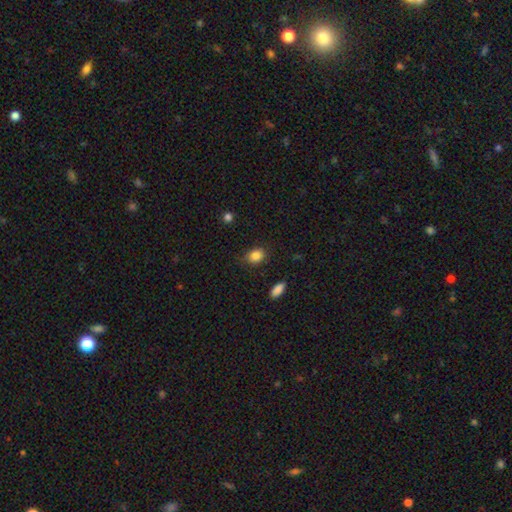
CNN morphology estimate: Smooth or featured? Predicted: smooth (p=0.86). How rounded? Predicted: in between (p=0.57). Merging? Predicted: none (p=0.76).